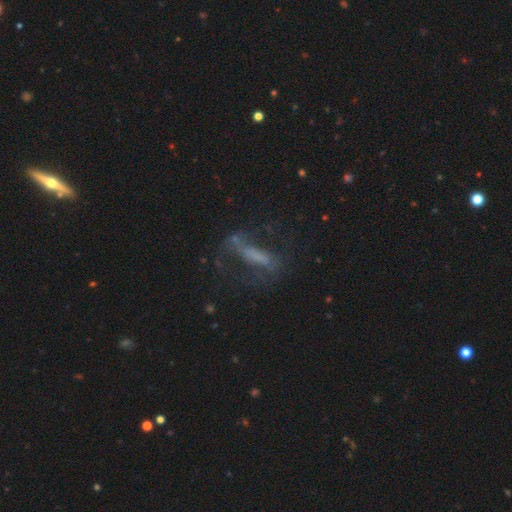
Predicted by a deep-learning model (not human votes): Smooth or featured?
  - featured or disk: 57% *
  - smooth: 26%
  - star or artifact: 17%
Edge-on disk?
  - no: 75% *
  - yes: 25%
Merging?
  - none: 48% *
  - major disturbance: 29%
  - minor disturbance: 18%
  - merger: 4%